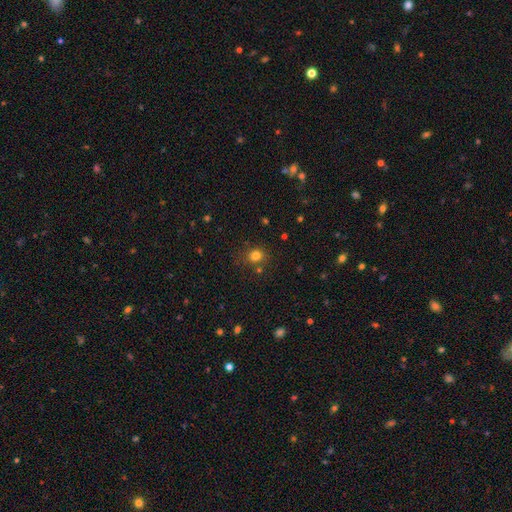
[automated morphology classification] smooth_or_featured: smooth (p=0.78) [alt: star or artifact p=0.16]
how_rounded: round (p=0.79) [alt: in between p=0.20]
merging: none (p=0.80) [alt: minor disturbance p=0.11]